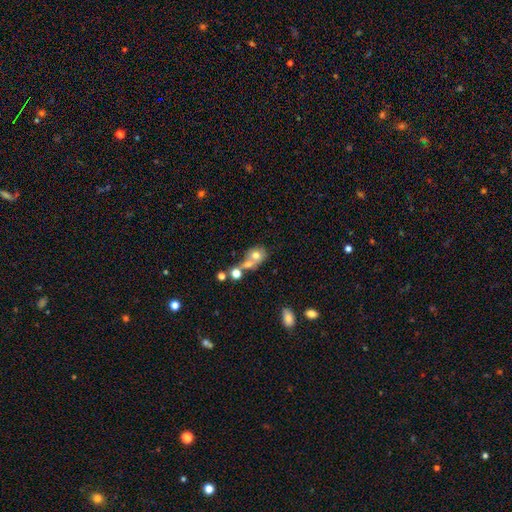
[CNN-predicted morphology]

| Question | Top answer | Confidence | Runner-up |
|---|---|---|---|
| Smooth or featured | smooth | 66% | featured or disk (23%) |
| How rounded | round | 62% | in between (36%) |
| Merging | merger | 56% | none (29%) |